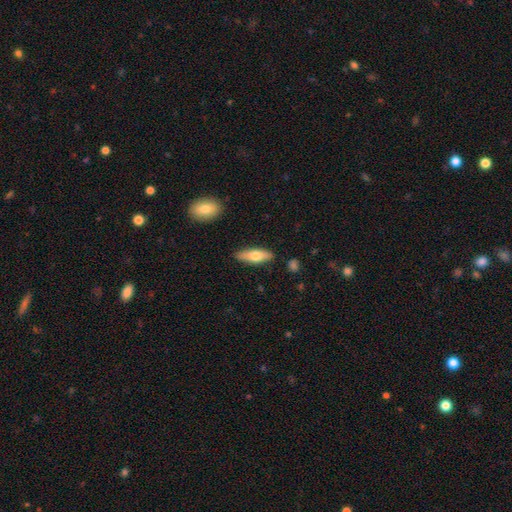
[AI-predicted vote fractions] Smooth or featured? smooth (61%)
How rounded? in between (50%)
Merging? none (86%)